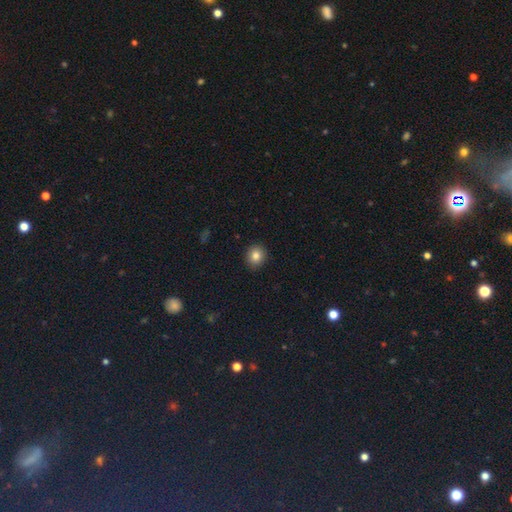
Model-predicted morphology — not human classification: Smooth or featured?
  - smooth: 83% *
  - star or artifact: 10%
  - featured or disk: 7%
How rounded?
  - round: 82% *
  - in between: 17%
  - cigar-shaped: 1%
Merging?
  - none: 90% *
  - minor disturbance: 7%
  - major disturbance: 2%
  - merger: 1%